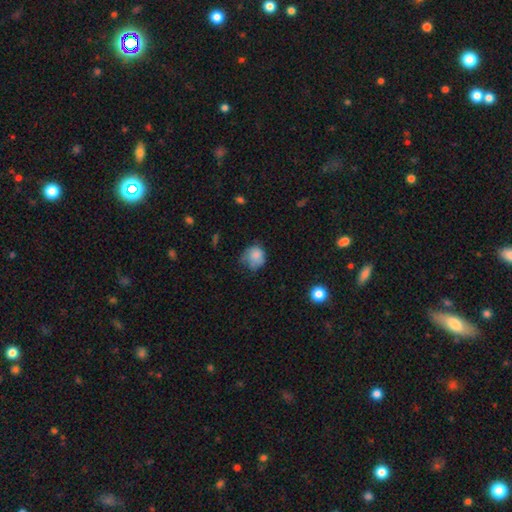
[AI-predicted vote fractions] A smooth galaxy with no disk features (76%) that is round (71%). Merging: none (42%).